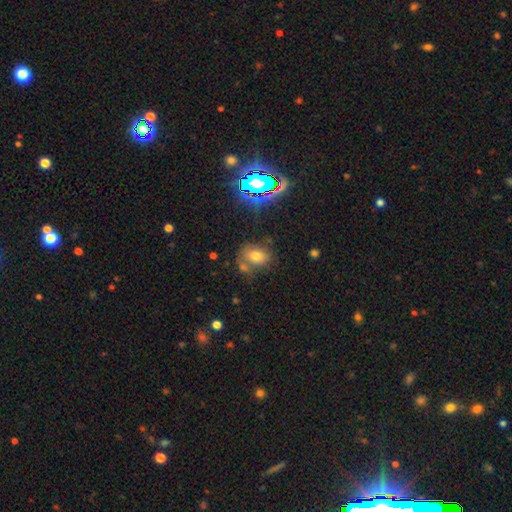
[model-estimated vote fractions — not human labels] This appears to be a smooth galaxy with no disk features (66%) that is in between round and cigar-shaped (64%). Merging: none (57%).